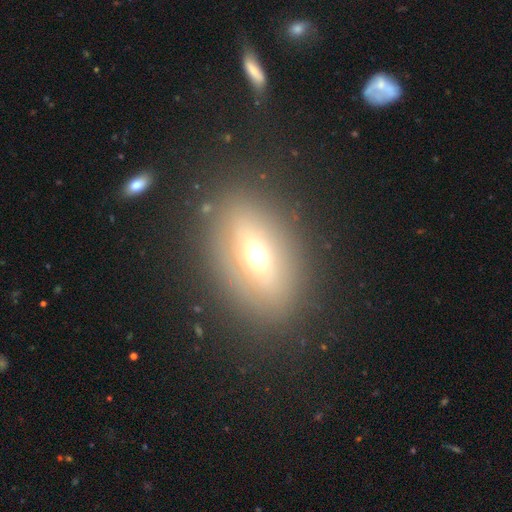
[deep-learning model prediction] Overall: smooth (53%; featured or disk 35%). How rounded: in between (78%). Merging: none (84%).